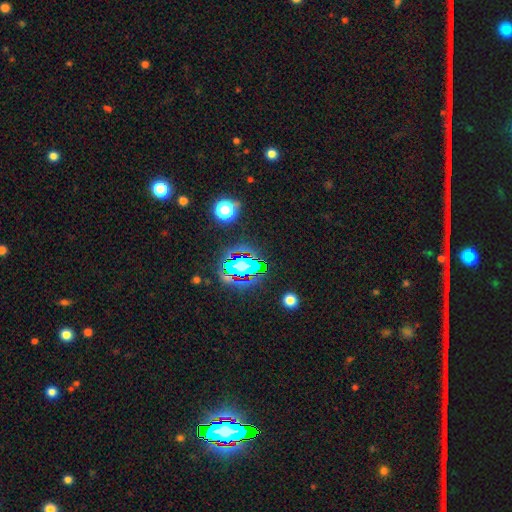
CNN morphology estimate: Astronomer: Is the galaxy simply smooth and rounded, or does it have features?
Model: star or artifact — 81%.